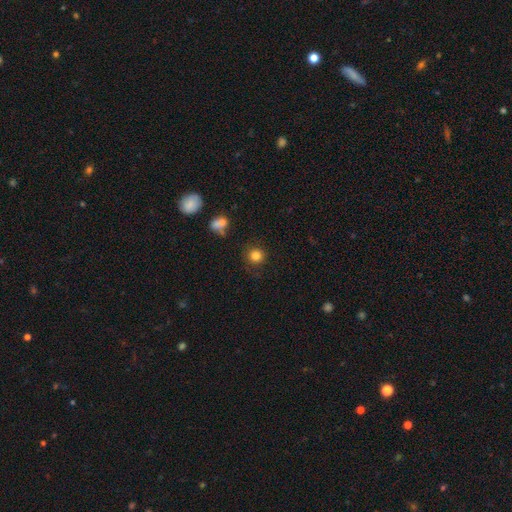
Smooth or featured: smooth — 90% (star or artifact — 8%)
How rounded: round — 94% (in between — 6%)
Merging: none — 81% (minor disturbance — 8%)